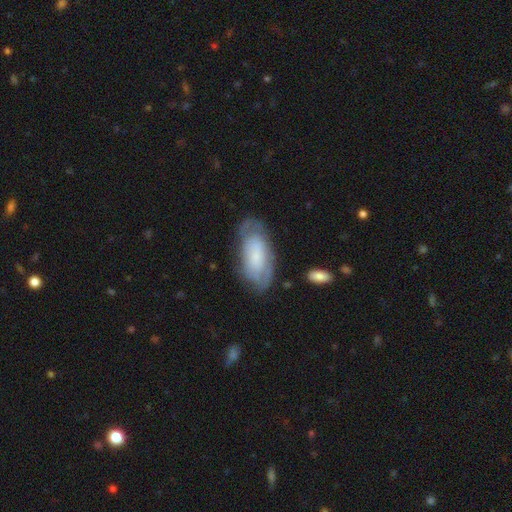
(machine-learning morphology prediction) Q: Smooth or featured?
A: featured or disk (48%); runner-up: smooth (45%)
Q: Merging?
A: none (68%); runner-up: minor disturbance (21%)